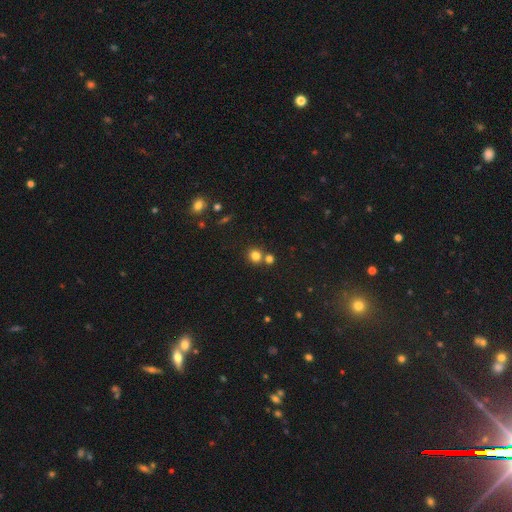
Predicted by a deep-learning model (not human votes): This is likely a smooth galaxy (79%). How rounded: clearly round (84%). Merging: likely none (66%).